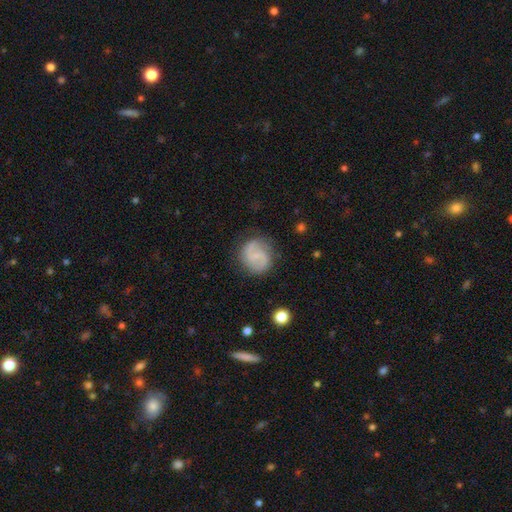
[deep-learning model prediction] Q: Smooth or featured?
A: featured or disk (71%); runner-up: smooth (23%)
Q: Edge-on disk?
A: no (98%); runner-up: yes (2%)
Q: Bar?
A: weak (48%); runner-up: no (41%)
Q: Spiral arms?
A: yes (92%); runner-up: no (8%)
Q: Spiral winding?
A: medium (51%); runner-up: loose (26%)
Q: Spiral arm count?
A: 2 (88%); runner-up: can't tell (6%)
Q: Bulge size?
A: small (63%); runner-up: none (20%)
Q: Merging?
A: none (79%); runner-up: minor disturbance (14%)